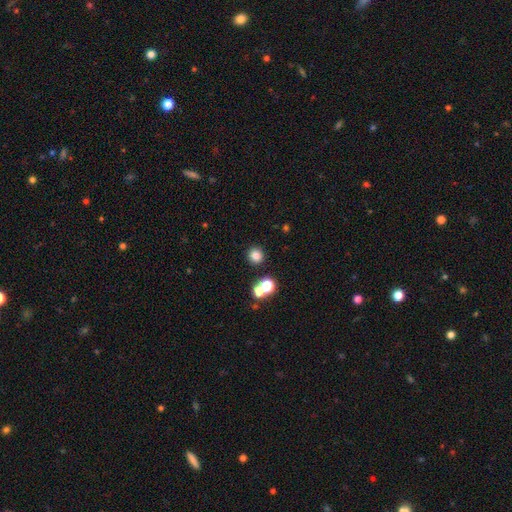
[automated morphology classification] type=smooth (79%); roundness=round (91%); merging=none (83%).